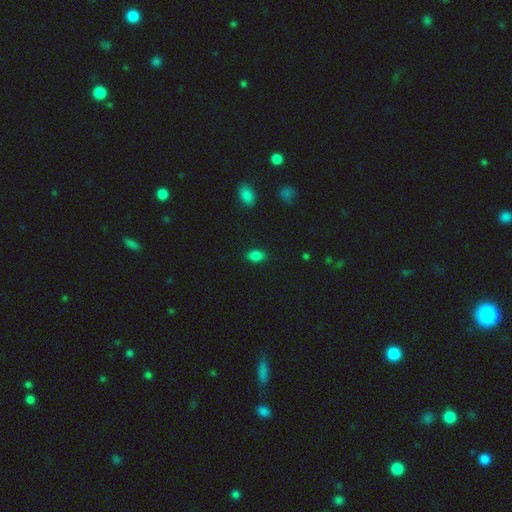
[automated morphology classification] A smooth galaxy with no disk features (84%) that is in between round and cigar-shaped (89%).

Vote fractions:
- Smooth or featured? smooth: 84% / star or artifact: 11% / featured or disk: 5%
- How rounded? in between: 89% / round: 9% / cigar-shaped: 3%
- Merging? none: 86% / minor disturbance: 10% / major disturbance: 2% / merger: 1%